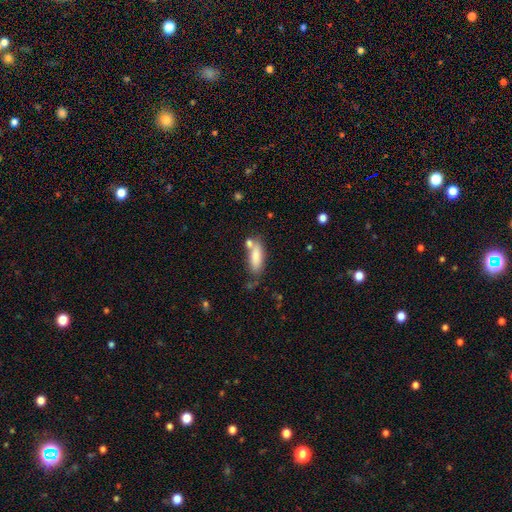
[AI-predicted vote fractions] Smooth or featured?
  - smooth: 81% *
  - featured or disk: 12%
  - star or artifact: 7%
How rounded?
  - in between: 63% *
  - cigar-shaped: 34%
  - round: 2%
Merging?
  - none: 58% *
  - merger: 18%
  - minor disturbance: 18%
  - major disturbance: 6%